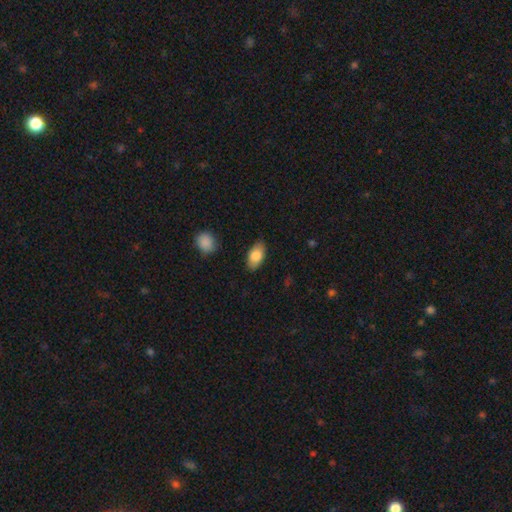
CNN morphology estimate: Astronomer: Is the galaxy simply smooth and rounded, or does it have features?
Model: smooth — 81%.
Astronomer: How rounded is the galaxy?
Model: in between — 92%.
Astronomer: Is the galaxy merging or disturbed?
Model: none — 85%.